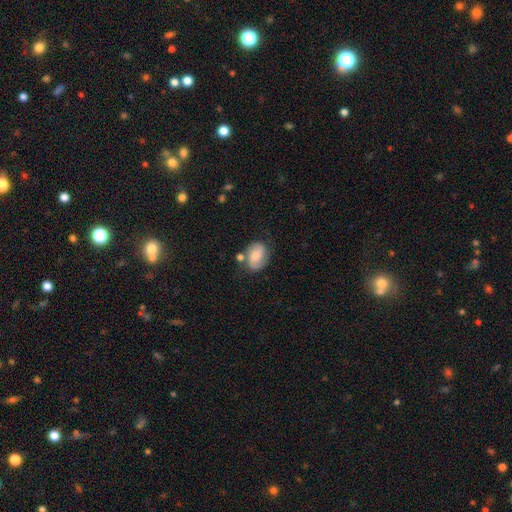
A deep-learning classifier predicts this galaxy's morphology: Q: Smooth or featured?
A: smooth (49%); runner-up: featured or disk (43%)
Q: Merging?
A: none (61%); runner-up: minor disturbance (22%)